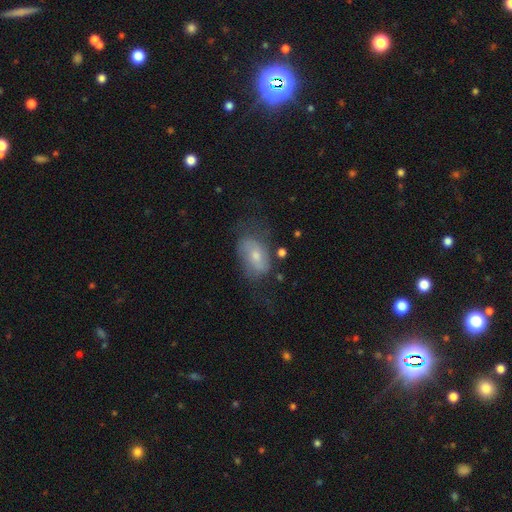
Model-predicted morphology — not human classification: This appears to be a featured or disk galaxy (48%). Merging: none (50%).